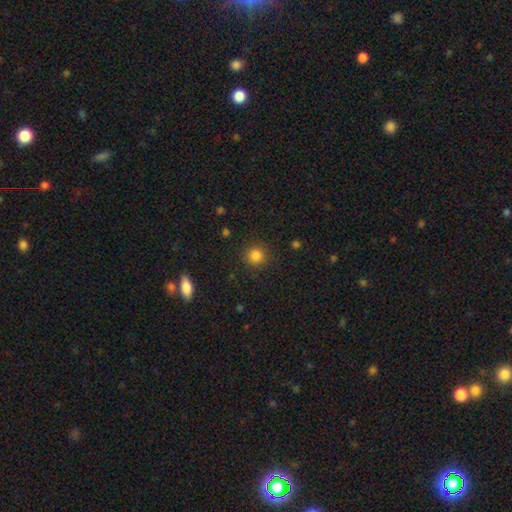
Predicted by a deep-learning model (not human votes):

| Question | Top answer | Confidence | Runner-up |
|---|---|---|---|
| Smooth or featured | smooth | 84% | star or artifact (12%) |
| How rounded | round | 92% | in between (7%) |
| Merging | none | 88% | minor disturbance (7%) |